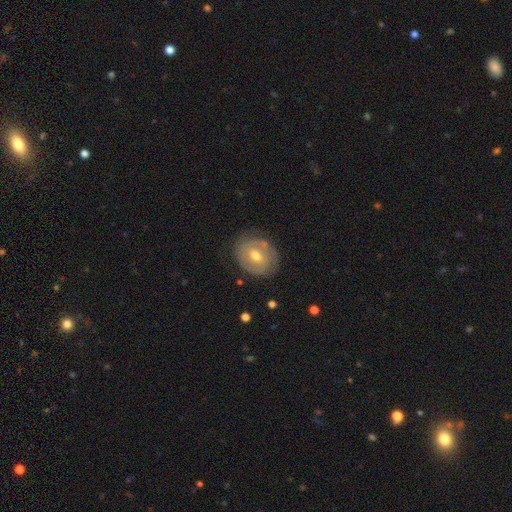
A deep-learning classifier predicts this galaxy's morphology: Smooth or featured: featured or disk — 64% (smooth — 29%)
Edge-on disk: no — 96% (yes — 4%)
Bar: weak — 47% (no — 37%)
Spiral arms: yes — 59% (no — 41%)
Bulge size: moderate — 69% (small — 26%)
Merging: none — 76% (minor disturbance — 17%)